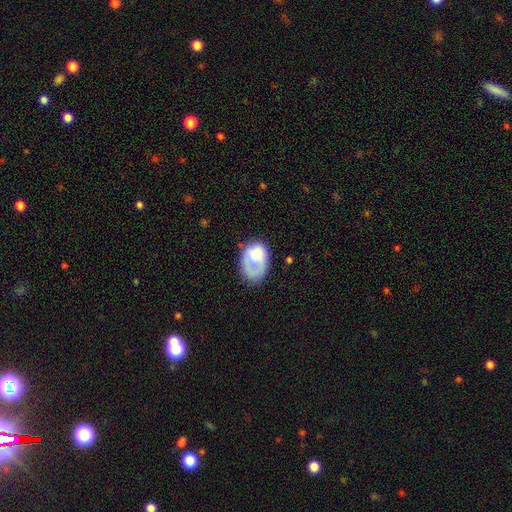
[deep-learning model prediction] This appears to be a smooth galaxy with no disk features (66%) that is in between round and cigar-shaped (82%). Merging: none (39%).